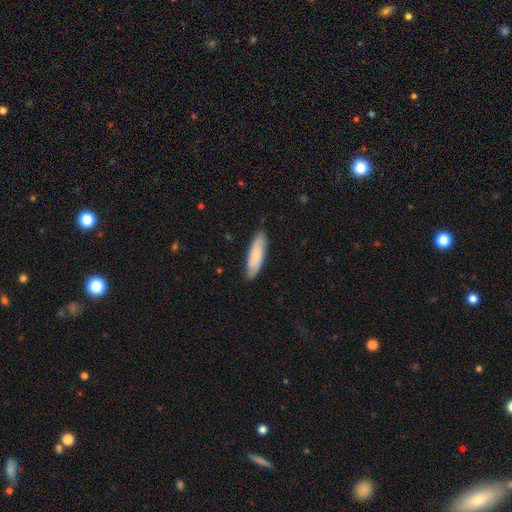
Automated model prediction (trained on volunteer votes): This is likely a smooth galaxy (73%). How rounded: possibly cigar-shaped (59%). Merging: clearly none (85%).